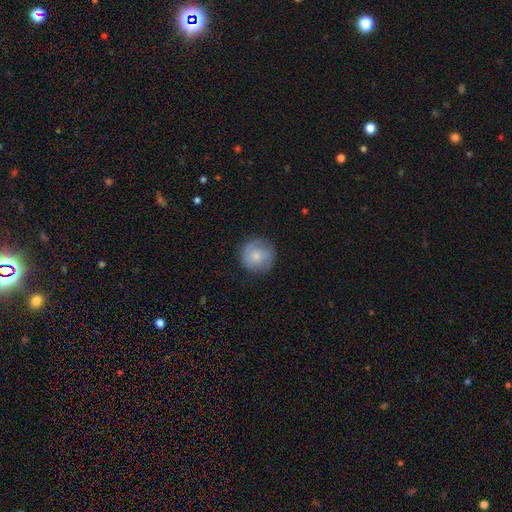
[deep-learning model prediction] This is likely a smooth galaxy (61%). How rounded: clearly round (93%). Merging: likely none (80%).